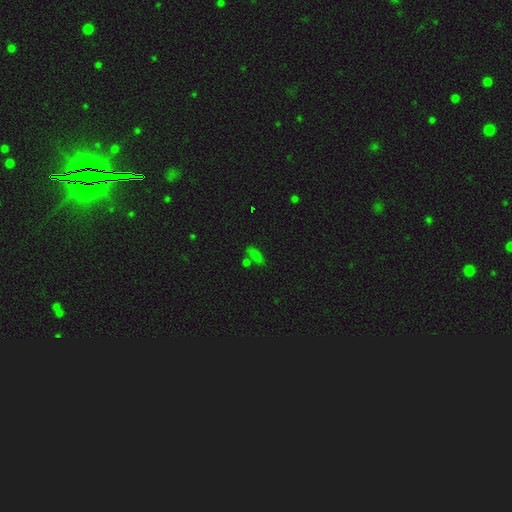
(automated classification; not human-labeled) smooth-or-featured: smooth: 68% | star or artifact: 23% | featured or disk: 10%
  how-rounded: in between: 53% | cigar-shaped: 39% | round: 8%
  merging: none: 64% | merger: 16% | minor disturbance: 14% | major disturbance: 6%